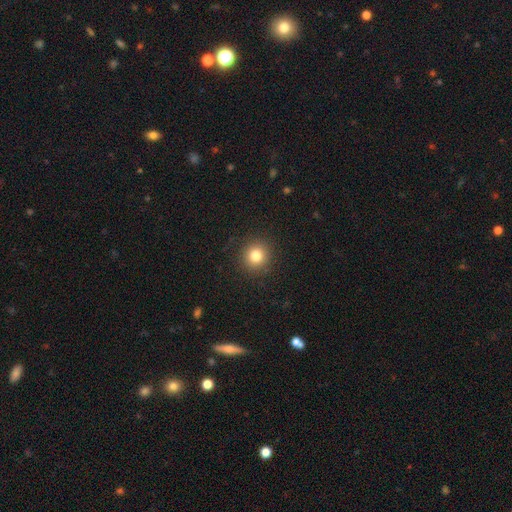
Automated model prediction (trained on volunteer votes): smooth-or-featured: smooth: 81% | star or artifact: 12% | featured or disk: 7%
  how-rounded: round: 91% | in between: 8% | cigar-shaped: 1%
  merging: none: 90% | minor disturbance: 6% | major disturbance: 2% | merger: 1%